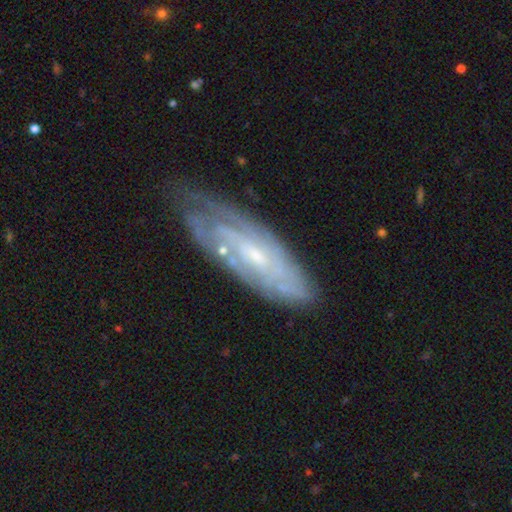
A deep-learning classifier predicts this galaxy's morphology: A featured or disk galaxy (76%) with no bar (53%), tight (66%) spiral arms (87%) and a small central bulge (64%).

Vote fractions:
- Smooth or featured? featured or disk: 76% / smooth: 17% / star or artifact: 7%
- Edge-on disk? no: 83% / yes: 17%
- Bar? no: 53% / weak: 37% / strong: 9%
- Spiral arms? yes: 87% / no: 13%
- Spiral winding? tight: 66% / medium: 26% / loose: 7%
- Spiral arm count? can't tell: 59% / 2: 16% / 3: 10% / 4: 7% / more than 4: 4% / 1: 4%
- Bulge size? small: 64% / moderate: 28% / none: 5% / large: 1% / dominant: 1%
- Merging? none: 63% / minor disturbance: 25% / major disturbance: 9% / merger: 3%